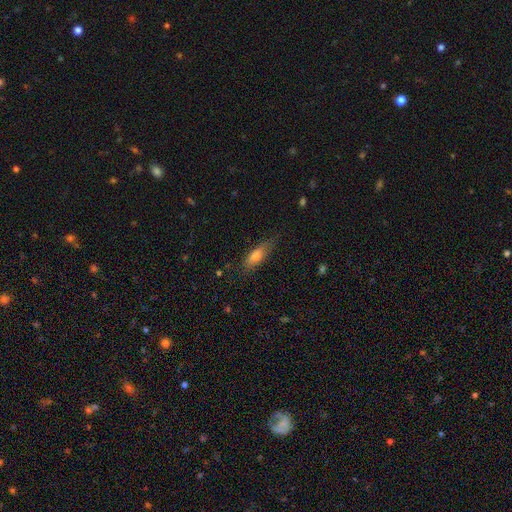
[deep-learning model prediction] Q: Smooth or featured?
A: smooth (72%); runner-up: featured or disk (20%)
Q: How rounded?
A: in between (56%); runner-up: cigar-shaped (42%)
Q: Merging?
A: none (70%); runner-up: minor disturbance (22%)